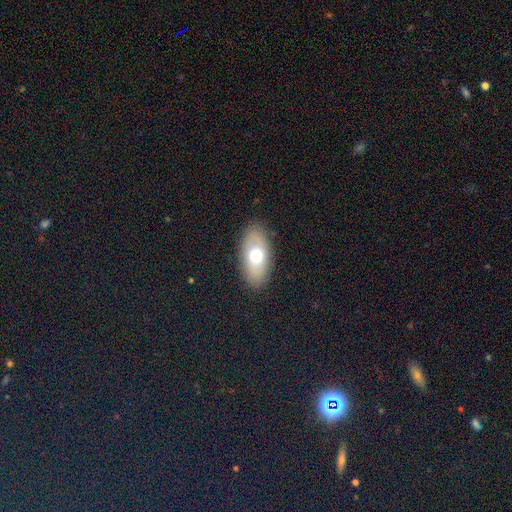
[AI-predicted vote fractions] Smooth or featured: smooth — 67% (featured or disk — 25%)
How rounded: in between — 91% (round — 5%)
Merging: none — 86% (minor disturbance — 10%)